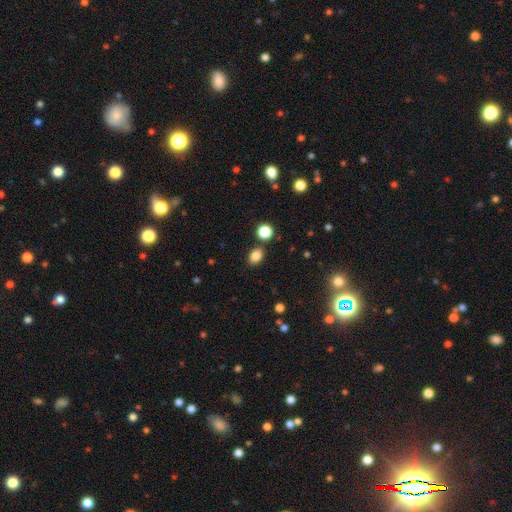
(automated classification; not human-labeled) smooth_or_featured: smooth (p=0.83) [alt: star or artifact p=0.12]
how_rounded: in between (p=0.70) [alt: round p=0.28]
merging: none (p=0.81) [alt: minor disturbance p=0.10]